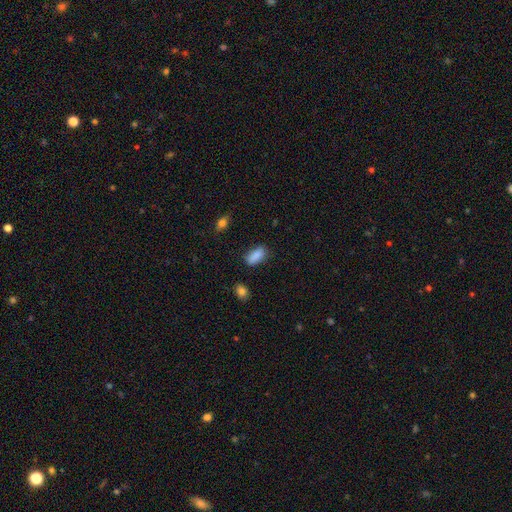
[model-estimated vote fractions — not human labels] The model was most divided on "merging": none: 79%, minor disturbance: 15%, major disturbance: 3%, merger: 2%. More confident: smooth or featured — smooth (87%); how rounded — in between (83%).